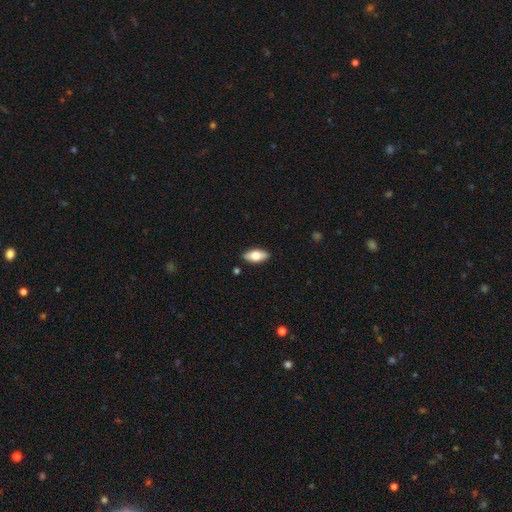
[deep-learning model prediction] A smooth galaxy with no disk features (70%) that is in between round and cigar-shaped (87%).

Vote fractions:
- Smooth or featured? smooth: 70% / featured or disk: 24% / star or artifact: 6%
- How rounded? in between: 87% / cigar-shaped: 10% / round: 3%
- Merging? none: 88% / minor disturbance: 9% / major disturbance: 2% / merger: 1%